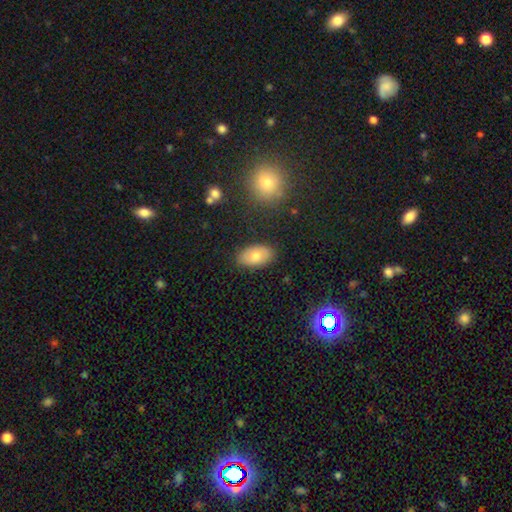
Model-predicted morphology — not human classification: smooth_or_featured: smooth (p=0.74) [alt: featured or disk p=0.18]
how_rounded: in between (p=0.92) [alt: round p=0.06]
merging: none (p=0.85) [alt: minor disturbance p=0.11]